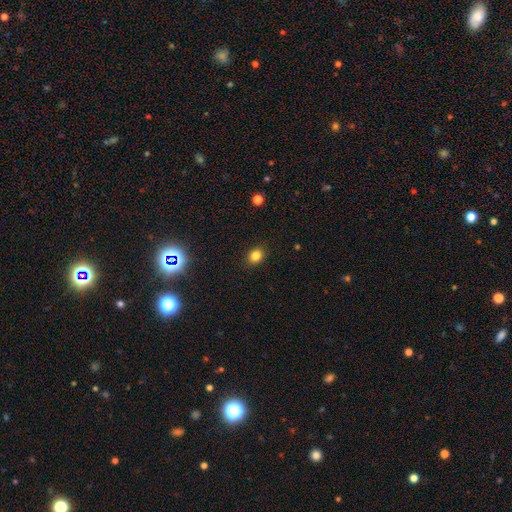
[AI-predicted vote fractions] Overall: smooth (82%). How rounded: round (55%; in between 44%). Merging: none (89%).